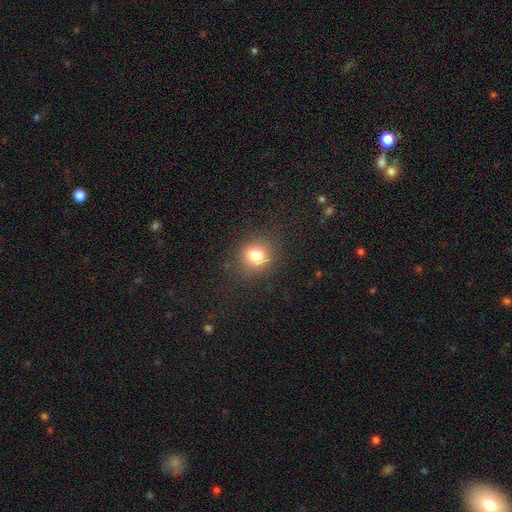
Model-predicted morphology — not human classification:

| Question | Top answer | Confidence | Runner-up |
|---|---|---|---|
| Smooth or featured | smooth | 80% | star or artifact (13%) |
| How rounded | round | 84% | in between (15%) |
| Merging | none | 85% | minor disturbance (10%) |